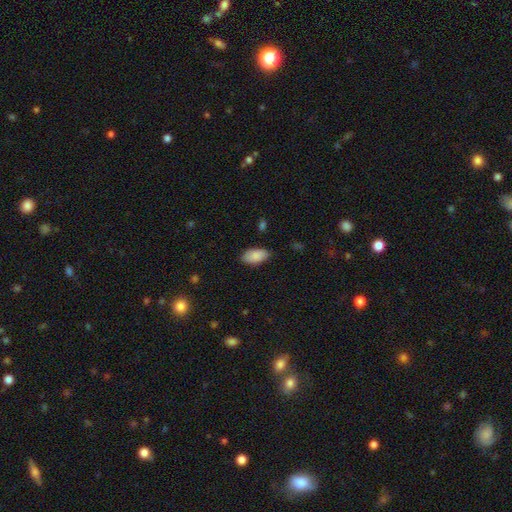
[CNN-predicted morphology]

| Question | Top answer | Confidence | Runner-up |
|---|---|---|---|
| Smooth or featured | smooth | 88% | star or artifact (6%) |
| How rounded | in between | 95% | round (3%) |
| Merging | none | 80% | minor disturbance (16%) |